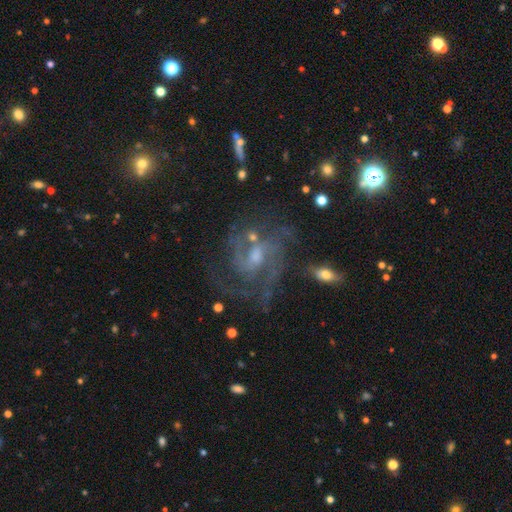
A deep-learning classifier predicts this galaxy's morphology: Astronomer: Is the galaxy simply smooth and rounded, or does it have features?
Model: featured or disk — 85%.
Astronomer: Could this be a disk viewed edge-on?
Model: no — 97%.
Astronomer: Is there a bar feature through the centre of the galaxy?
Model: weak — 48% (runner-up: no, 42%).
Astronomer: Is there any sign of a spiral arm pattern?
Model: yes — 94%.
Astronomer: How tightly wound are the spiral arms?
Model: medium — 50% (runner-up: tight, 35%).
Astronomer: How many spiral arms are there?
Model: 2 — 37% (runner-up: 3, 23%).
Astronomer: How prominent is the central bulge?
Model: small — 45% (runner-up: moderate, 42%).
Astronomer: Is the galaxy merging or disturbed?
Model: none — 58%.